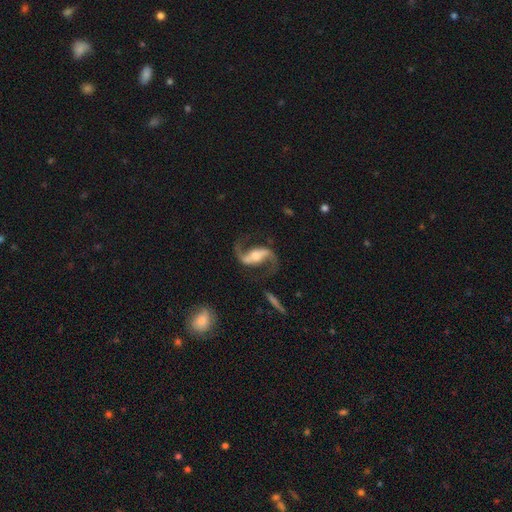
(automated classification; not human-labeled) The model was most divided on "bulge size": moderate: 46%, small: 33%, large: 12%, none: 7%, dominant: 2%. Remaining: spiral arms — yes (97%); edge-on disk — no (96%); spiral arm count — 2 (94%); smooth or featured — featured or disk (91%); merging — none (76%); spiral winding — loose (68%); bar — strong (49%).